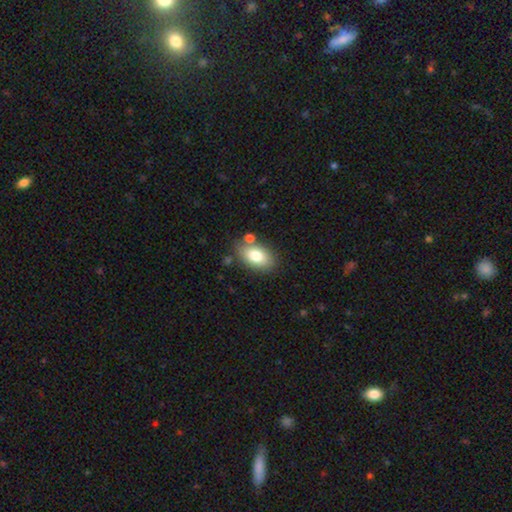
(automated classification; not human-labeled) A smooth galaxy with no disk features (79%) that is in between round and cigar-shaped (91%). Merging: none (75%).